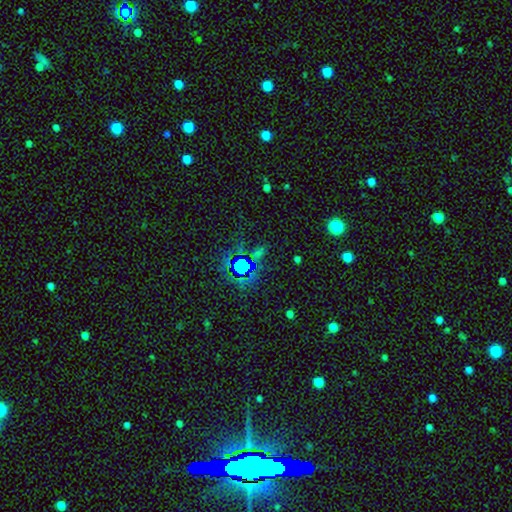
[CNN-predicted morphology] The model was most divided on "smooth or featured": star or artifact: 65%, smooth: 25%, featured or disk: 10%.